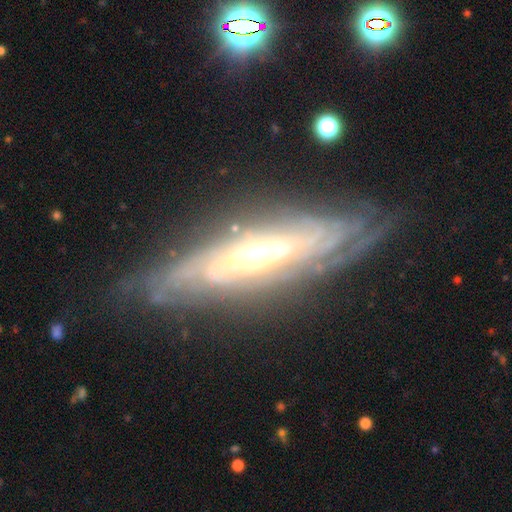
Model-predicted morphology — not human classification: smooth-or-featured: featured or disk: 87% | smooth: 8% | star or artifact: 5%
  disk-edge-on: no: 68% | yes: 32%
    bar: no: 39% | weak: 32% | strong: 29%
    has-spiral-arms: yes: 91% | no: 9%
      spiral-winding: tight: 76% | medium: 19% | loose: 5%
      spiral-arm-count: can't tell: 54% | more than 4: 11% | 2: 11% | 4: 10% | 3: 9% | 1: 5%
    bulge-size: moderate: 59% | small: 25% | large: 13% | dominant: 2% | none: 2%
  merging: none: 76% | minor disturbance: 16% | major disturbance: 6% | merger: 2%